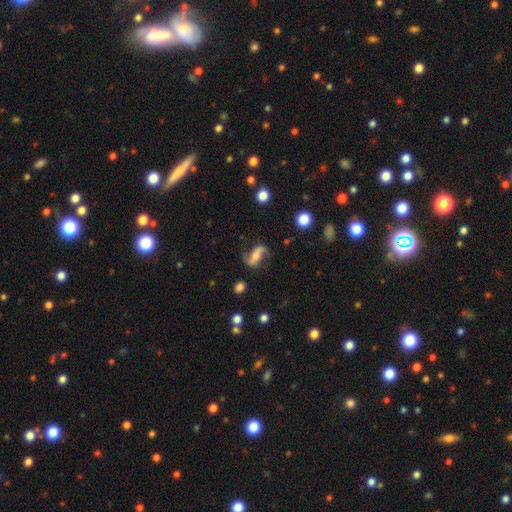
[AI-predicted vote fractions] Smooth or featured: featured or disk — 80% (smooth — 13%)
Edge-on disk: no — 95% (yes — 5%)
Bar: strong — 39% (no — 31%)
Spiral arms: yes — 94% (no — 6%)
Spiral winding: loose — 77% (medium — 18%)
Spiral arm count: 2 — 93% (1 — 2%)
Bulge size: moderate — 44% (small — 42%)
Merging: none — 75% (minor disturbance — 15%)